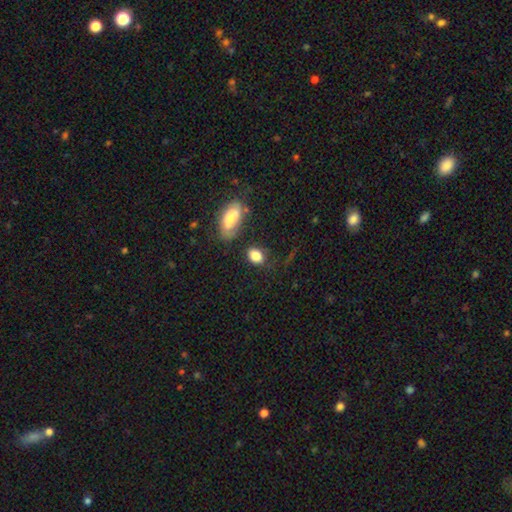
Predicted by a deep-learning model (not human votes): smooth-or-featured: smooth: 85% | star or artifact: 9% | featured or disk: 7%
  how-rounded: in between: 76% | round: 22% | cigar-shaped: 2%
  merging: none: 69% | minor disturbance: 18% | merger: 7% | major disturbance: 7%